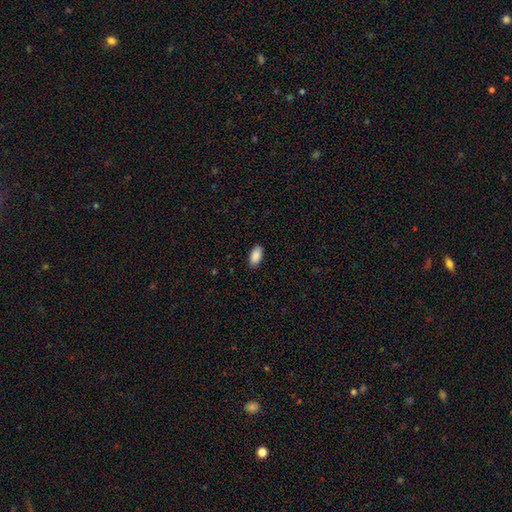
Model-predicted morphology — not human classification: Q: Smooth or featured?
A: smooth (90%); runner-up: star or artifact (6%)
Q: How rounded?
A: in between (93%); runner-up: cigar-shaped (4%)
Q: Merging?
A: none (89%); runner-up: minor disturbance (8%)